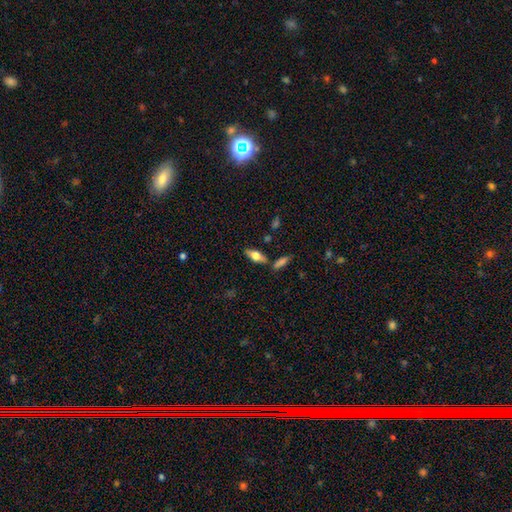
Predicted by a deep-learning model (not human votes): smooth-or-featured: smooth: 59% | featured or disk: 35% | star or artifact: 7%
  how-rounded: in between: 72% | cigar-shaped: 25% | round: 3%
  merging: none: 78% | minor disturbance: 11% | merger: 8% | major disturbance: 3%